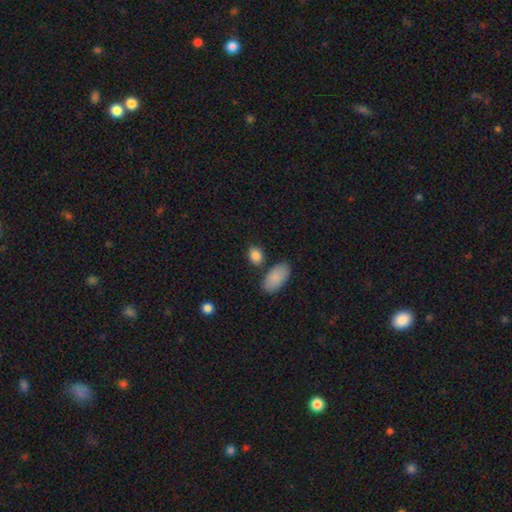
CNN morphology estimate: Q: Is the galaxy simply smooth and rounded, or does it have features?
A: smooth — 88%.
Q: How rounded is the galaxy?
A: in between — 62%.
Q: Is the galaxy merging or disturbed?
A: none — 74%.